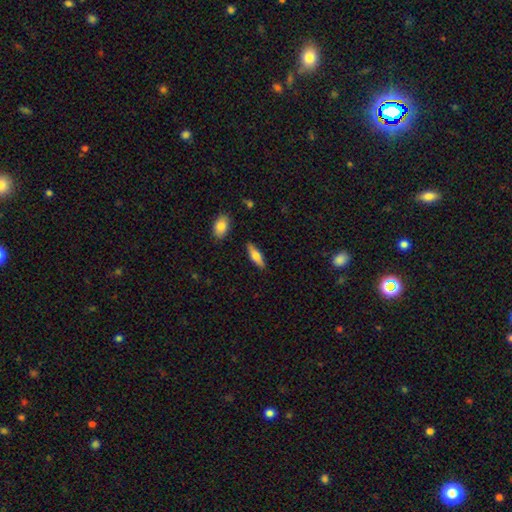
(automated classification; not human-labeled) smooth_or_featured: smooth (p=0.66) [alt: featured or disk p=0.28]
how_rounded: in between (p=0.52) [alt: cigar-shaped p=0.45]
merging: none (p=0.85) [alt: minor disturbance p=0.11]